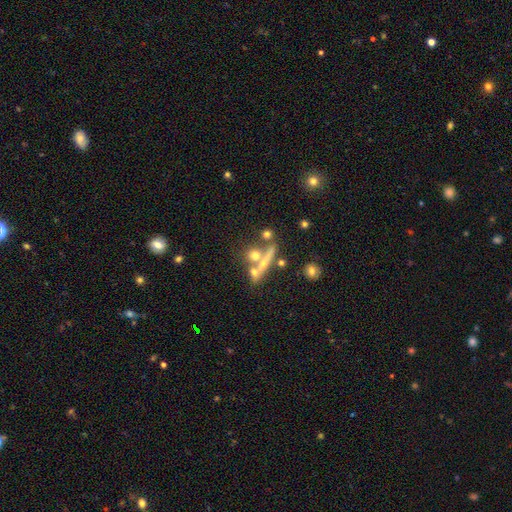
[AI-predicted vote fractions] A featured or disk galaxy (41%). Merging: none (49%).